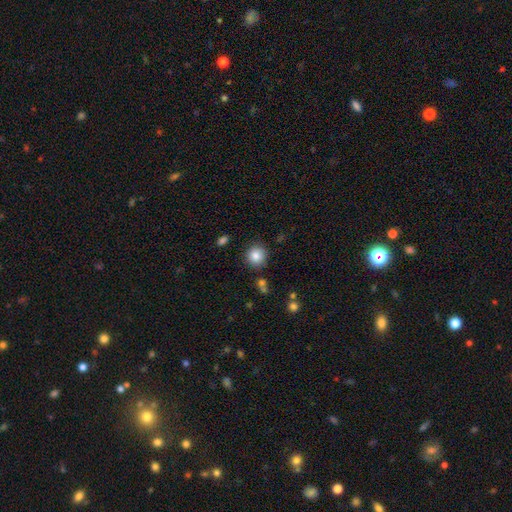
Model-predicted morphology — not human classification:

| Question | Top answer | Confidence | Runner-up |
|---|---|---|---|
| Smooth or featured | smooth | 85% | star or artifact (10%) |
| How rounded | round | 91% | in between (8%) |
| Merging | none | 86% | minor disturbance (8%) |